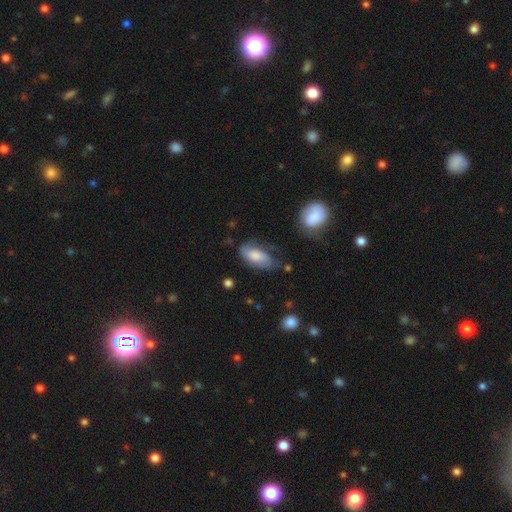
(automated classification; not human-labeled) Smooth or featured? Predicted: smooth (p=0.63). How rounded? Predicted: in between (p=0.89). Merging? Predicted: none (p=0.49).